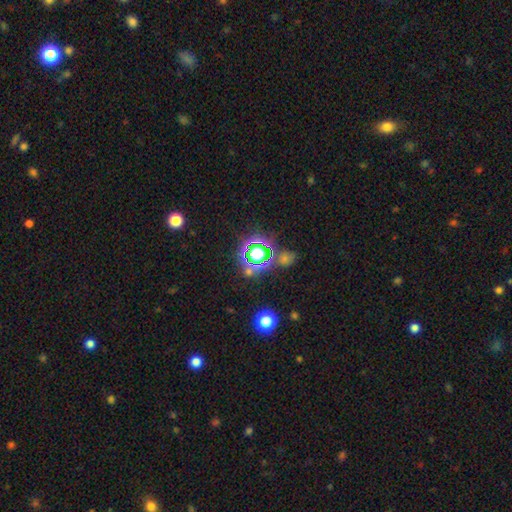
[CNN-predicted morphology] smooth_or_featured: star or artifact (p=0.69) [alt: smooth p=0.22]